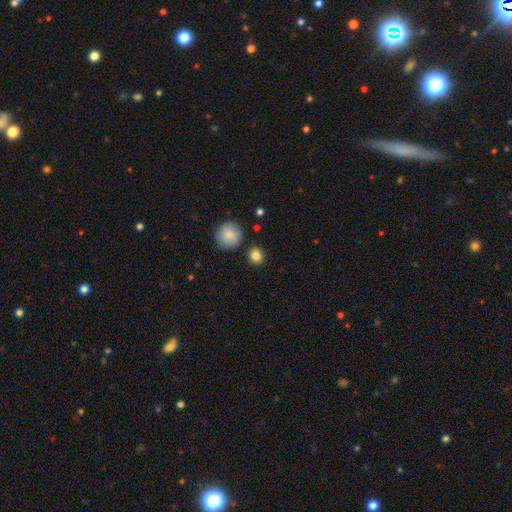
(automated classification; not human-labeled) smooth-or-featured: smooth: 84% | star or artifact: 10% | featured or disk: 6%
  how-rounded: round: 85% | in between: 14% | cigar-shaped: 1%
  merging: none: 84% | minor disturbance: 8% | merger: 6% | major disturbance: 3%